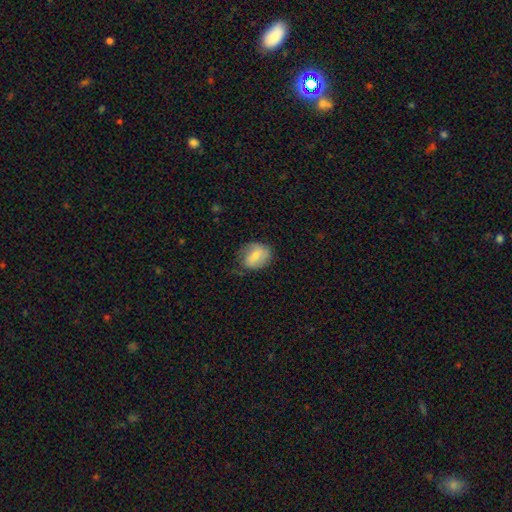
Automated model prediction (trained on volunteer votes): Overall: smooth (71%). How rounded: in between (57%; round 41%). Merging: none (61%; minor disturbance 28%).